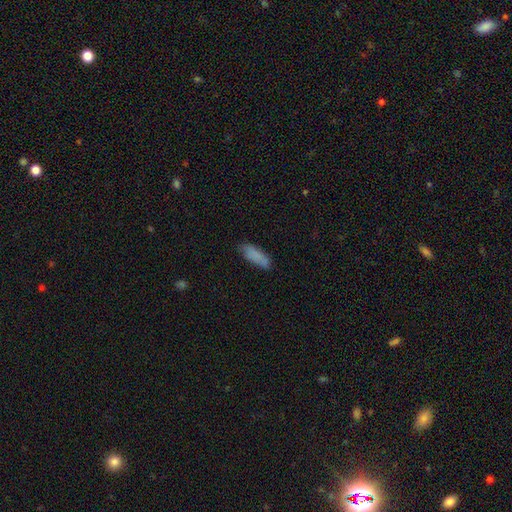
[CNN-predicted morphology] smooth 84%, featured or disk 9%, star or artifact 7%. Down the decision tree: how rounded — in between (58%); merging — none (70%).